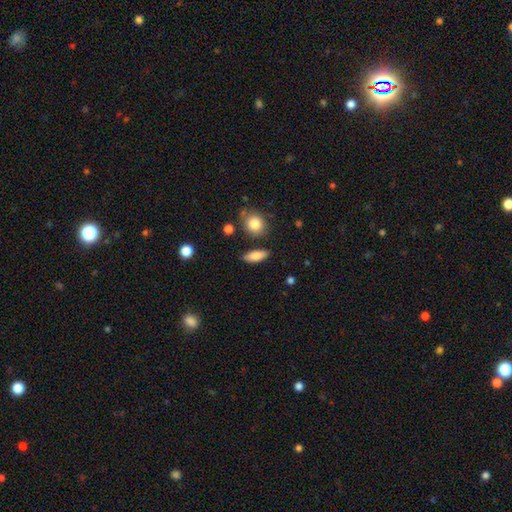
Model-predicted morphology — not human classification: A smooth galaxy with no disk features (81%) that is in between round and cigar-shaped (70%).

Vote fractions:
- Smooth or featured? smooth: 81% / featured or disk: 13% / star or artifact: 7%
- How rounded? in between: 70% / cigar-shaped: 26% / round: 5%
- Merging? none: 82% / minor disturbance: 11% / merger: 4% / major disturbance: 3%